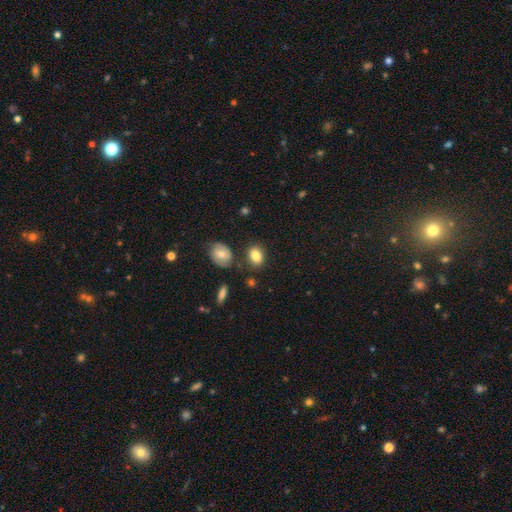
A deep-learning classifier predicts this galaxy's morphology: A smooth galaxy with no disk features (83%) that is in between round and cigar-shaped (68%). Merging: none (78%).